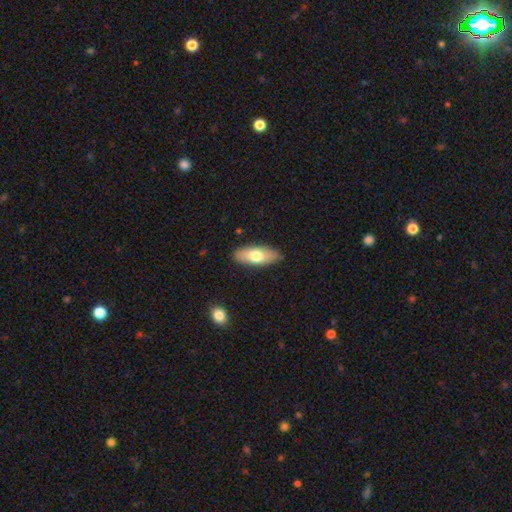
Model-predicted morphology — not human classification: Overall: smooth (70%). How rounded: in between (79%). Merging: none (84%).